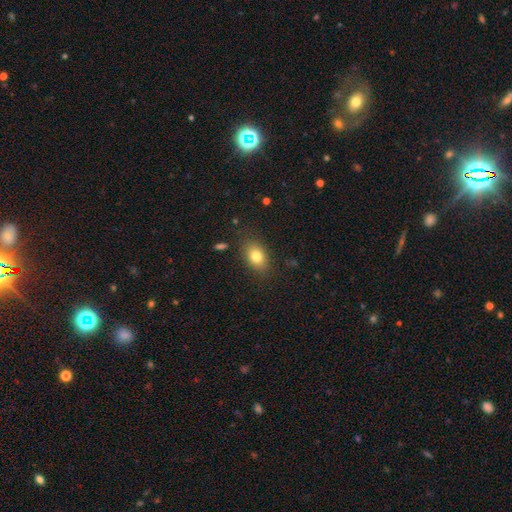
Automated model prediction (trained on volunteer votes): Morphology: type=smooth (80%); roundness=in between (80%); merging=none (83%).